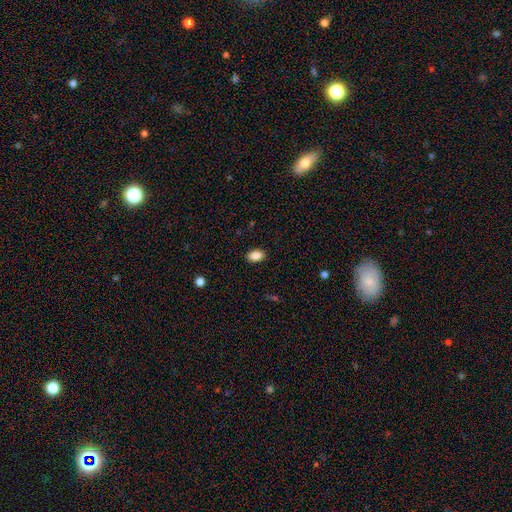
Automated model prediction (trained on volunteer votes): A smooth galaxy with no disk features (89%) that is in between round and cigar-shaped (88%). Merging: none (89%).